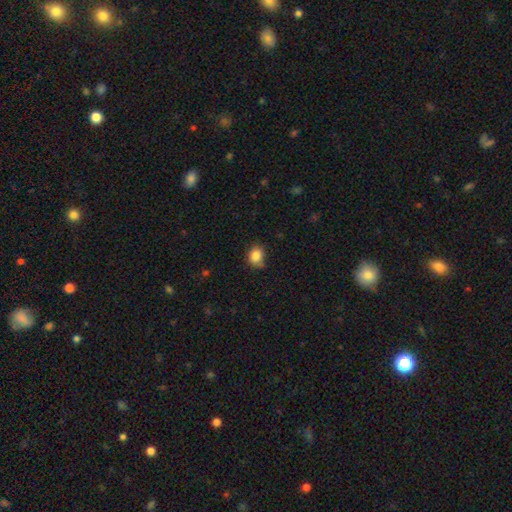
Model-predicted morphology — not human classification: smooth 85%, star or artifact 10%, featured or disk 5%. Down the decision tree: how rounded — round (62%); merging — none (72%).